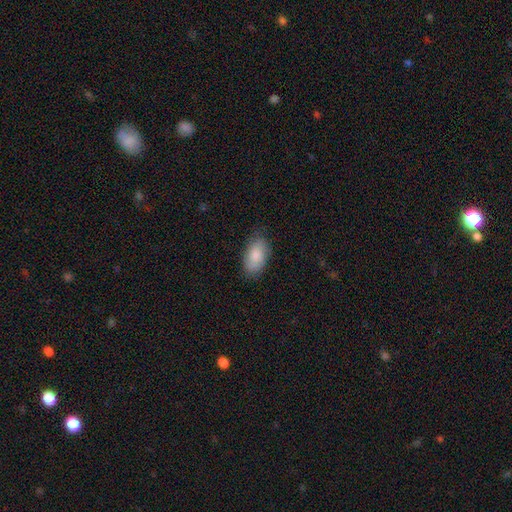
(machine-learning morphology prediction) smooth-or-featured: smooth: 83% | featured or disk: 11% | star or artifact: 6%
  how-rounded: in between: 94% | round: 4% | cigar-shaped: 2%
  merging: none: 79% | minor disturbance: 16% | major disturbance: 4% | merger: 1%